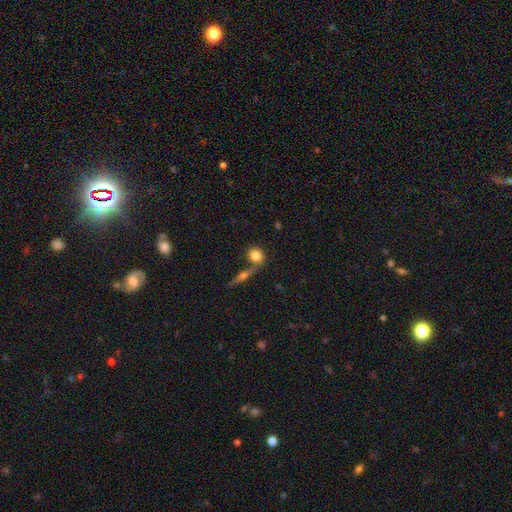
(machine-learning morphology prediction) type=smooth (77%); roundness=round (76%); merging=none (59%).